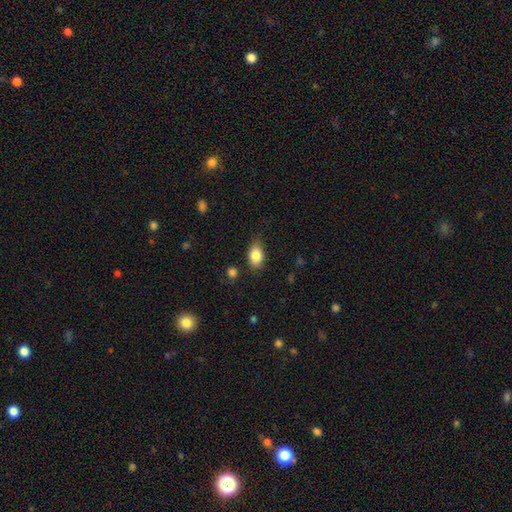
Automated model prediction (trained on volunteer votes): This appears to be a smooth galaxy with no disk features (84%) that is in between round and cigar-shaped (86%). Merging: none (77%).